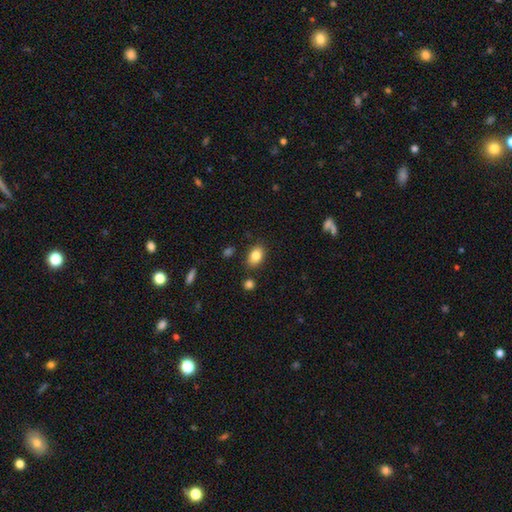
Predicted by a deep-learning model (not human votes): The model was most divided on "how rounded": in between: 81%, round: 17%, cigar-shaped: 1%. More confident: smooth or featured — smooth (83%); merging — none (83%).